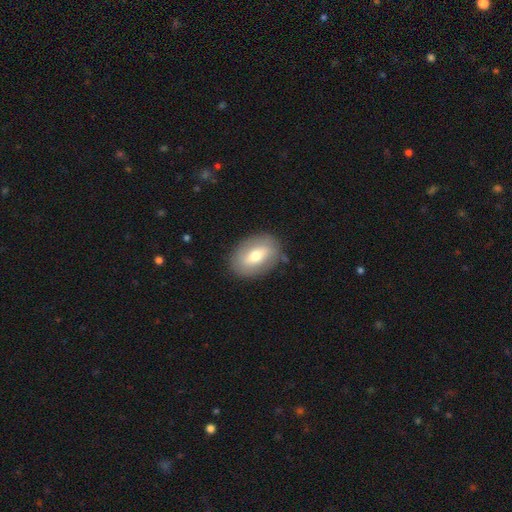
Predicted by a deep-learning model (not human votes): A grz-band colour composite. It shows a smooth galaxy with no disk features (58%) that is in between round and cigar-shaped (84%). Merging: none (83%).